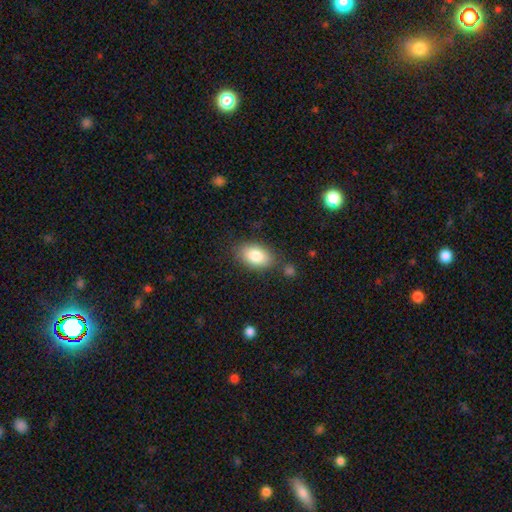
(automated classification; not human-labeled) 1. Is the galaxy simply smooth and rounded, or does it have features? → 84% smooth, 9% featured or disk, 7% star or artifact.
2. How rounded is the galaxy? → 91% in between, 7% round, 2% cigar-shaped.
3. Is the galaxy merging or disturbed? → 79% none, 13% minor disturbance, 4% merger, 4% major disturbance.